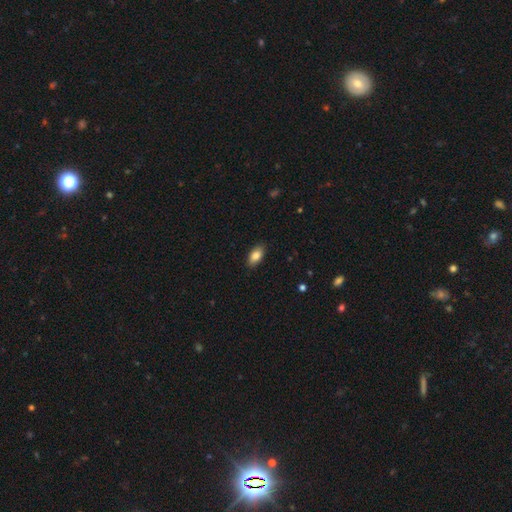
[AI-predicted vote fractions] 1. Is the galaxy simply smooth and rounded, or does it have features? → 85% smooth, 8% featured or disk, 7% star or artifact.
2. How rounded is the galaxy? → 92% in between, 5% round, 3% cigar-shaped.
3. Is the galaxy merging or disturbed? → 87% none, 10% minor disturbance, 2% major disturbance, 1% merger.